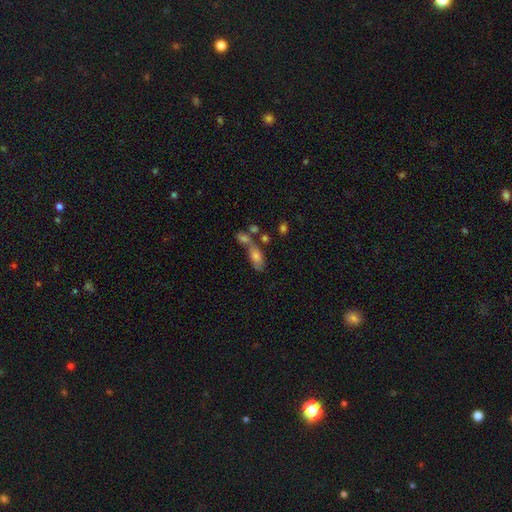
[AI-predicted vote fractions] Smooth or featured? smooth (66%)
How rounded? in between (79%)
Merging? merger (49%)